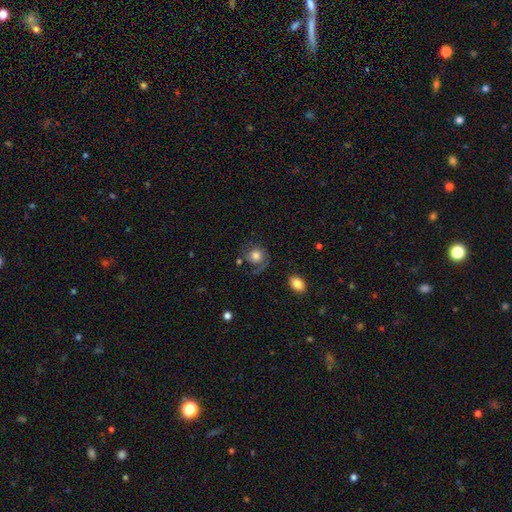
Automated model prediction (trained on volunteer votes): smooth 48%, featured or disk 43%, star or artifact 9%. Down the decision tree: merging — none (53%).